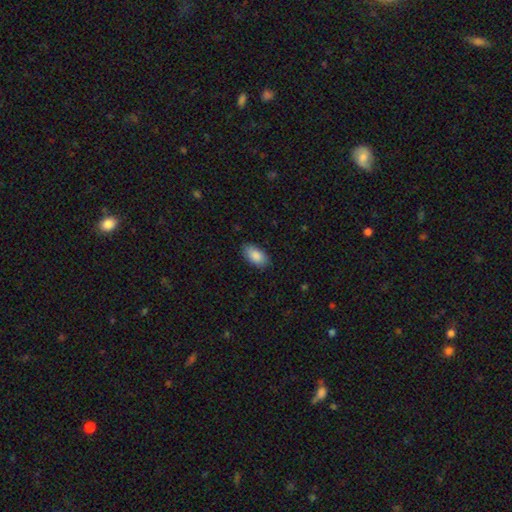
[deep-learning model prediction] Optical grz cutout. It shows a smooth galaxy with no disk features (88%) that is in between round and cigar-shaped (94%). Merging: none (85%).